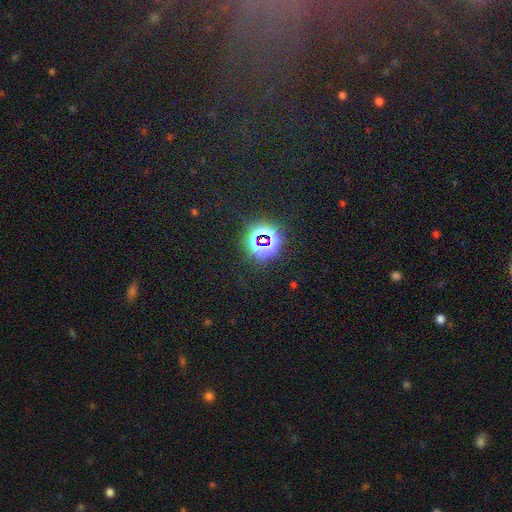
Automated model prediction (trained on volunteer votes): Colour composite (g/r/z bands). It shows a star or artifact, not a galaxy (82%).